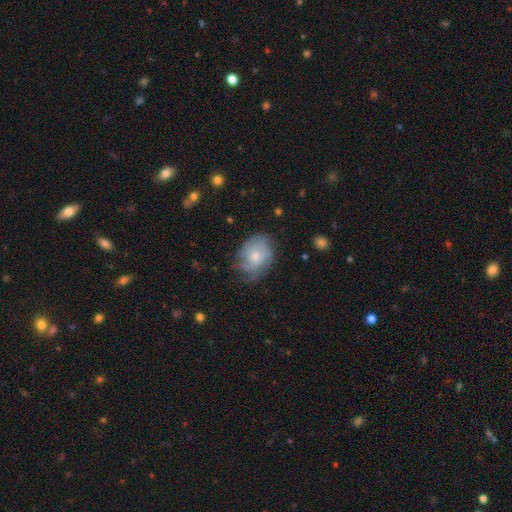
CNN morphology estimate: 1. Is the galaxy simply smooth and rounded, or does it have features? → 51% featured or disk, 41% smooth, 8% star or artifact.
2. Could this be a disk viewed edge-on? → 96% no, 4% yes.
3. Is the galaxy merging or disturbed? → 56% none, 30% minor disturbance, 13% major disturbance, 2% merger.